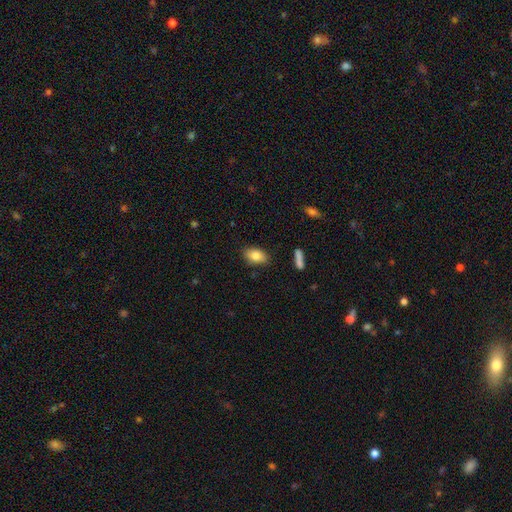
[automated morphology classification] A smooth galaxy with no disk features (82%) that is in between round and cigar-shaped (88%). Merging: none (84%).